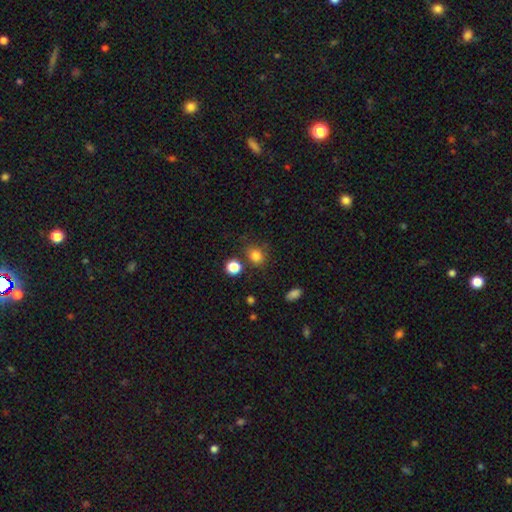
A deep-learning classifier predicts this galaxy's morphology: smooth 81%, star or artifact 13%, featured or disk 6%. Down the decision tree: how rounded — round (72%); merging — none (77%).